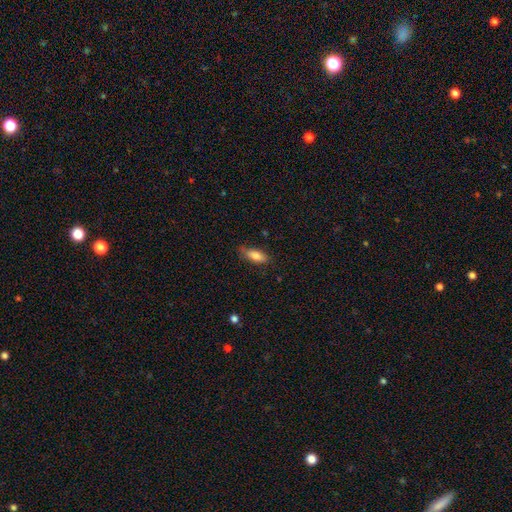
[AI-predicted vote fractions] Smooth or featured: smooth — 80% (featured or disk — 13%)
How rounded: in between — 71% (cigar-shaped — 27%)
Merging: none — 73% (minor disturbance — 21%)